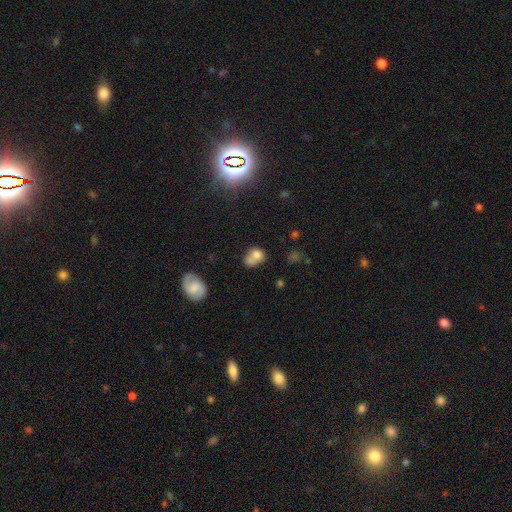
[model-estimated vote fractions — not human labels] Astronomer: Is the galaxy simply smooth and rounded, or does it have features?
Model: smooth — 73%.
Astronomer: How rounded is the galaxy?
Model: in between — 55% (runner-up: round, 44%).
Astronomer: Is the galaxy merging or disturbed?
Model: merger — 46% (runner-up: none, 28%).